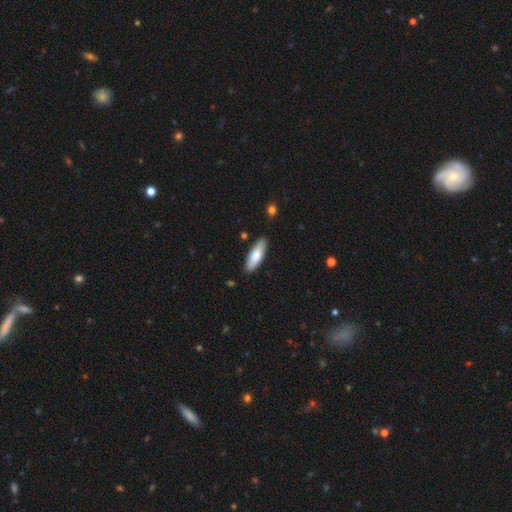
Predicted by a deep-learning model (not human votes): This appears to be a smooth galaxy with no disk features (76%) that is in between round and cigar-shaped (53%). Merging: none (87%).